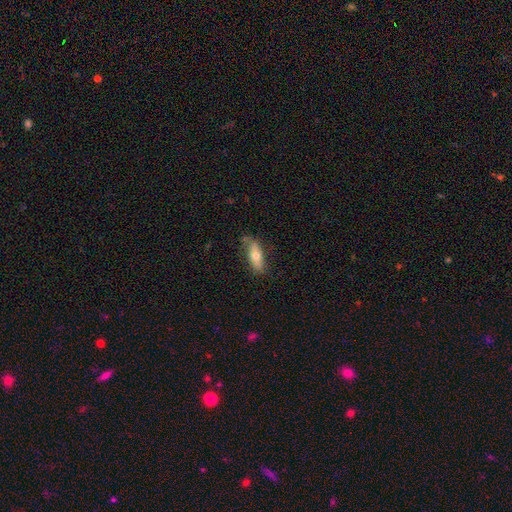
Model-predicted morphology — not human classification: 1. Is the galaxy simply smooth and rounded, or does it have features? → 63% smooth, 31% featured or disk, 6% star or artifact.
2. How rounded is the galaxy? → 67% in between, 30% cigar-shaped, 3% round.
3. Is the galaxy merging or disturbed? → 71% none, 22% minor disturbance, 5% major disturbance, 3% merger.